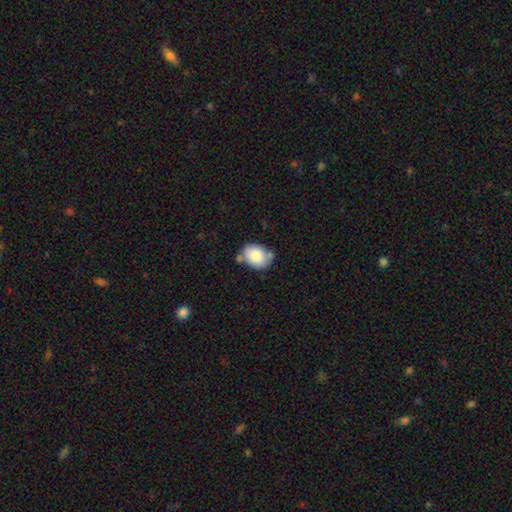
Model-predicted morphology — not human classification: This appears to be a smooth galaxy with no disk features (83%) that is in between round and cigar-shaped (67%). Merging: none (65%).